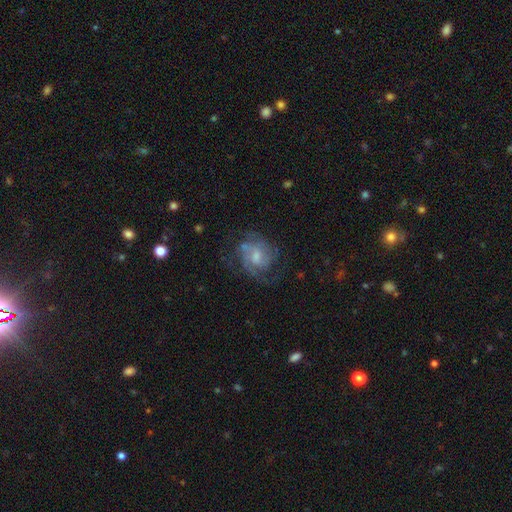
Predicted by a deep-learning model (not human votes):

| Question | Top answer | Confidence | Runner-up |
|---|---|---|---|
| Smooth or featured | featured or disk | 75% | smooth (18%) |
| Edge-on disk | no | 98% | yes (2%) |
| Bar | no | 51% | weak (43%) |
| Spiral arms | yes | 89% | no (11%) |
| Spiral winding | medium | 43% | tight (40%) |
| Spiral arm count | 2 | 36% | can't tell (29%) |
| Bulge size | moderate | 45% | small (38%) |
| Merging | none | 58% | minor disturbance (20%) |